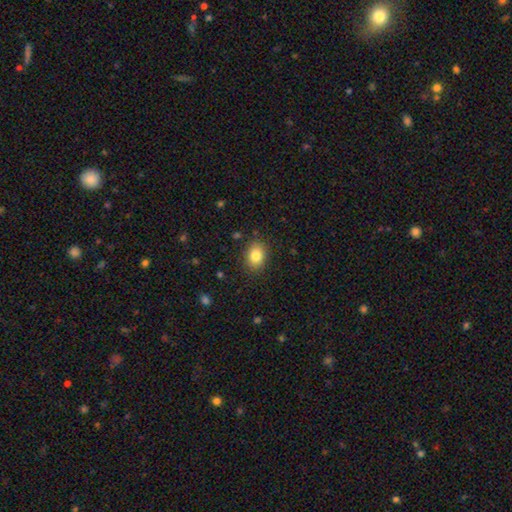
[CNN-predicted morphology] Smooth or featured?
  - smooth: 83% *
  - star or artifact: 10%
  - featured or disk: 8%
How rounded?
  - in between: 56% *
  - round: 43%
  - cigar-shaped: 1%
Merging?
  - none: 86% *
  - minor disturbance: 10%
  - major disturbance: 3%
  - merger: 1%